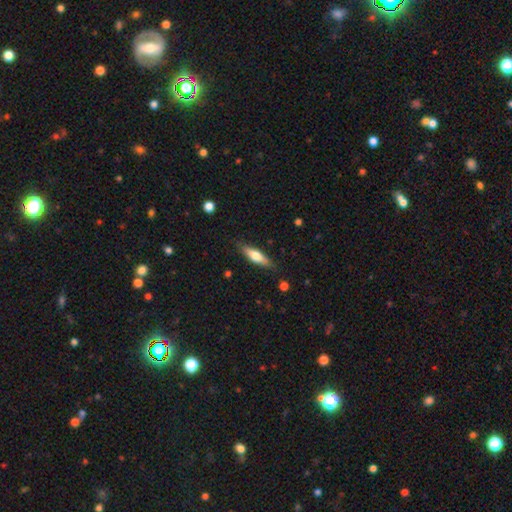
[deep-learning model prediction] Smooth or featured? smooth (58%)
How rounded? cigar-shaped (59%)
Merging? none (83%)